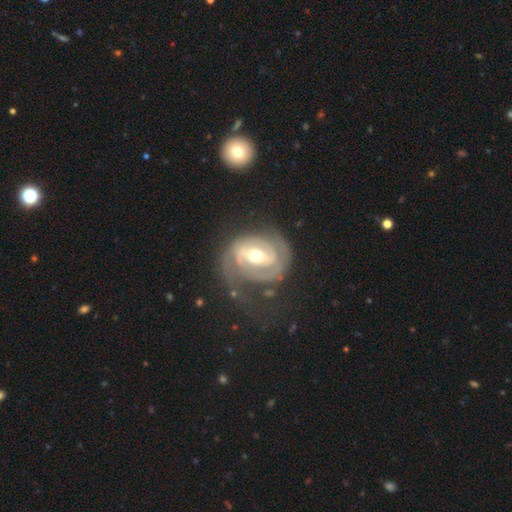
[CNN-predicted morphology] smooth_or_featured: featured or disk (p=0.87) [alt: smooth p=0.09]
disk_edge_on: no (p=0.97) [alt: yes p=0.03]
bar: weak (p=0.43) [alt: strong p=0.37]
has_spiral_arms: yes (p=0.92) [alt: no p=0.08]
spiral_winding: tight (p=0.61) [alt: medium p=0.29]
spiral_arm_count: 2 (p=0.65) [alt: can't tell p=0.14]
bulge_size: moderate (p=0.69) [alt: small p=0.24]
merging: none (p=0.56) [alt: major disturbance p=0.21]